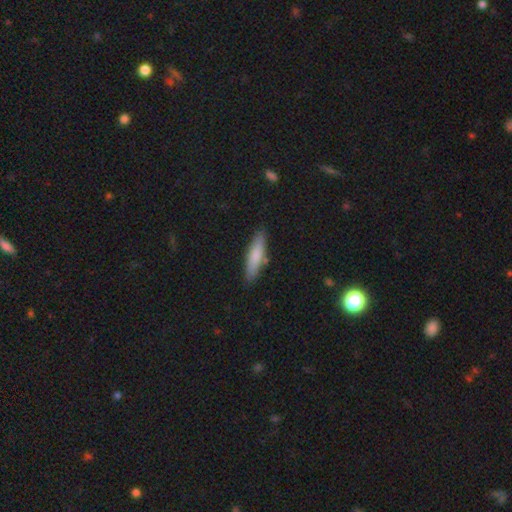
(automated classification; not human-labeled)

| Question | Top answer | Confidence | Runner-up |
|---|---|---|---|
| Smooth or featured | smooth | 76% | featured or disk (18%) |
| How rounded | cigar-shaped | 72% | in between (26%) |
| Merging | none | 84% | minor disturbance (11%) |